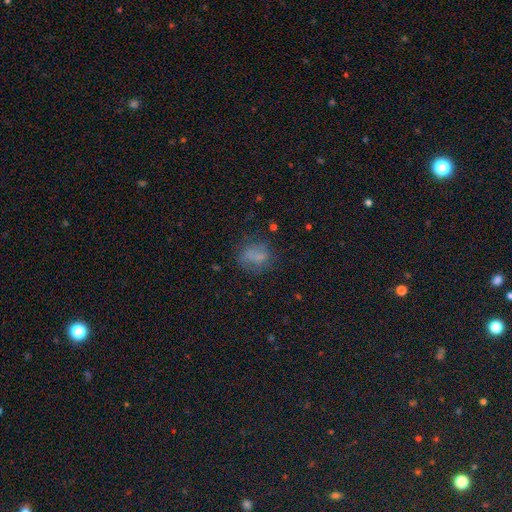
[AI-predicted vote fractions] Smooth or featured: smooth — 66% (featured or disk — 18%)
How rounded: round — 52% (in between — 46%)
Merging: none — 61% (minor disturbance — 22%)